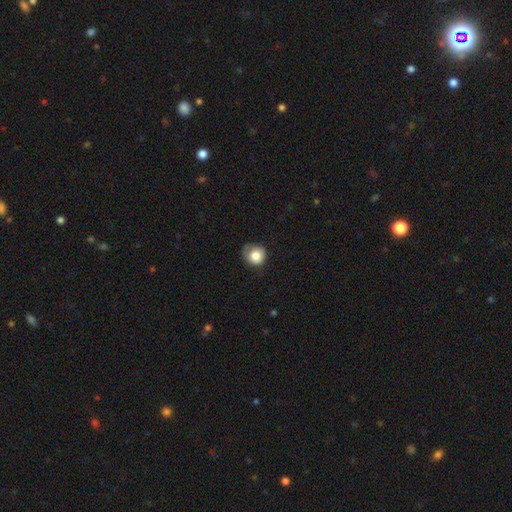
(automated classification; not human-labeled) A smooth galaxy with no disk features (82%) that is round (86%).

Vote fractions:
- Smooth or featured? smooth: 82% / star or artifact: 9% / featured or disk: 9%
- How rounded? round: 86% / in between: 13% / cigar-shaped: 1%
- Merging? none: 57% / minor disturbance: 32% / major disturbance: 9% / merger: 2%